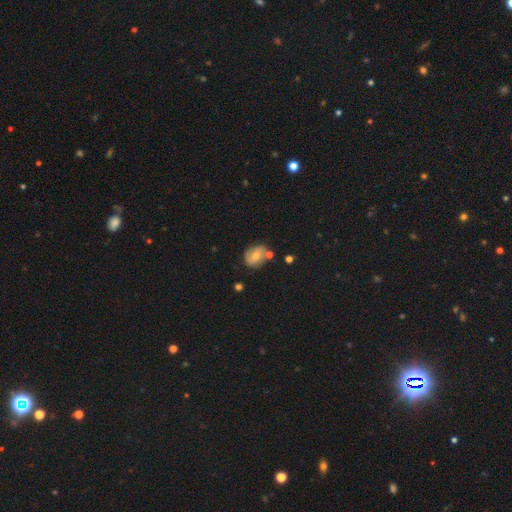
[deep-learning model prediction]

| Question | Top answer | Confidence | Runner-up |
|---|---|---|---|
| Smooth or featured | smooth | 58% | featured or disk (32%) |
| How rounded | in between | 55% | round (43%) |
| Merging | none | 66% | minor disturbance (19%) |